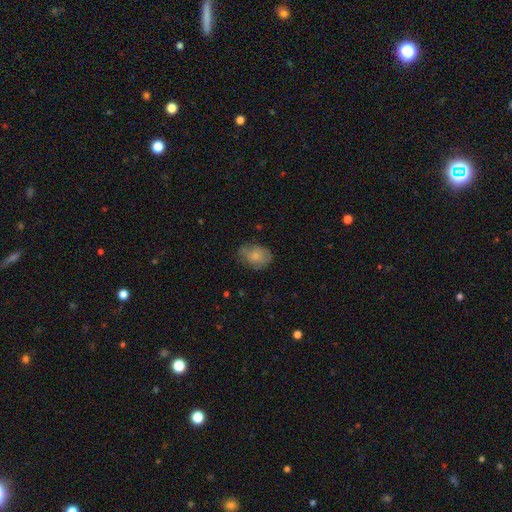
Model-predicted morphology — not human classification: smooth 74%, featured or disk 18%, star or artifact 7%. Down the decision tree: how rounded — in between (74%); merging — none (61%).